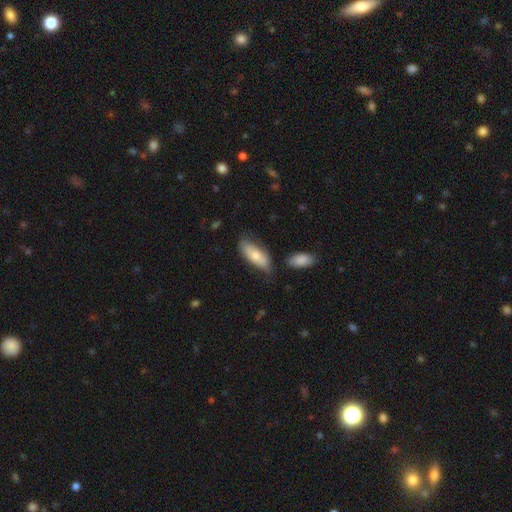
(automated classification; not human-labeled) Overall: smooth (70%). How rounded: in between (78%). Merging: none (62%; minor disturbance 25%).